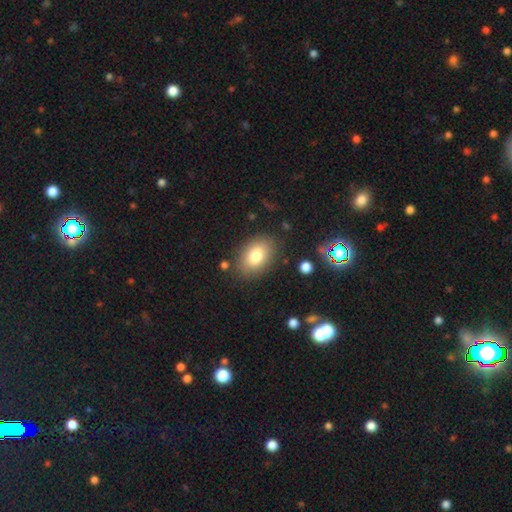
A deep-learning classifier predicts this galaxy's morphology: A smooth galaxy with no disk features (79%) that is in between round and cigar-shaped (84%). Merging: none (83%).